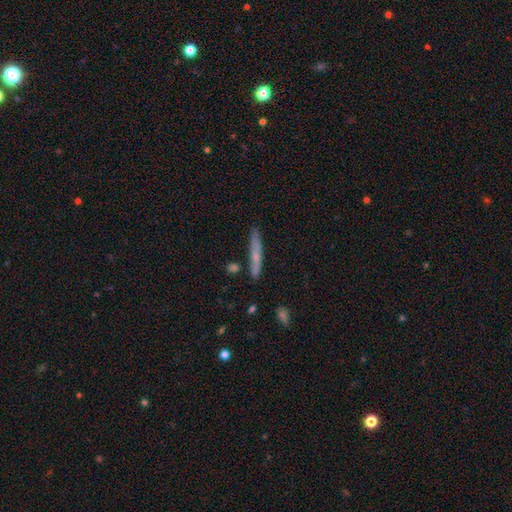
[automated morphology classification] Overall: smooth (54%; featured or disk 39%). How rounded: cigar-shaped (94%). Merging: none (82%).